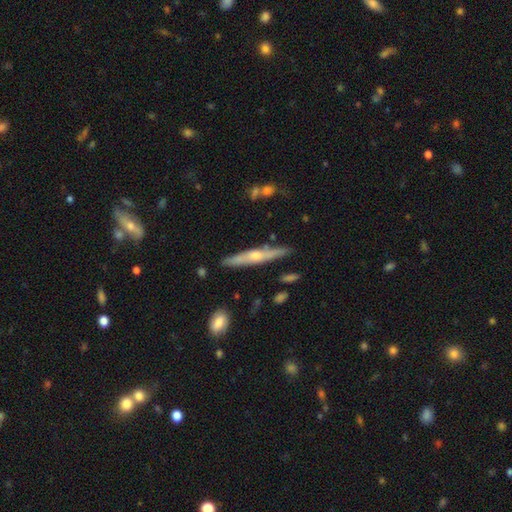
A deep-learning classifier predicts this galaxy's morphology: A featured or disk galaxy (66%) viewed edge-on (94%) with a rounded central bulge (84%). Merging: none (85%).